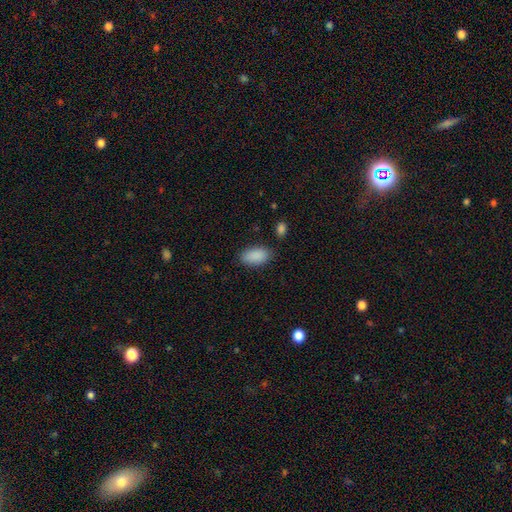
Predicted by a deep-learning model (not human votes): A smooth galaxy with no disk features (90%) that is in between round and cigar-shaped (93%).

Vote fractions:
- Smooth or featured? smooth: 90% / star or artifact: 7% / featured or disk: 3%
- How rounded? in between: 93% / round: 3% / cigar-shaped: 3%
- Merging? none: 83% / minor disturbance: 12% / major disturbance: 3% / merger: 2%